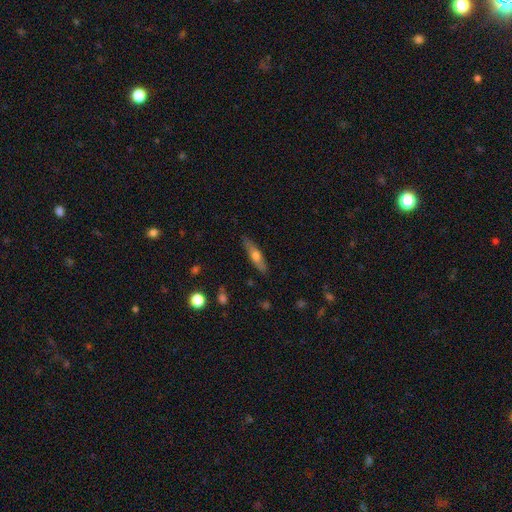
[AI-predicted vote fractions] Overall: smooth (52%; featured or disk 42%). How rounded: cigar-shaped (72%). Merging: none (85%).